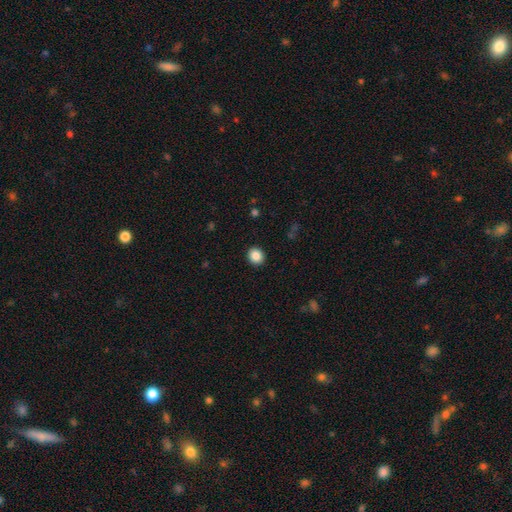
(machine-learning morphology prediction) The model was most divided on "how rounded": round: 77%, in between: 23%, cigar-shaped: 1%. More confident: merging — none (92%); smooth or featured — smooth (87%).